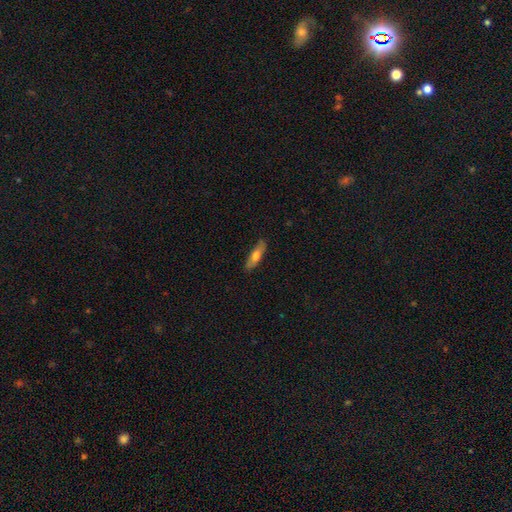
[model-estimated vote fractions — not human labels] smooth-or-featured: smooth: 64% | featured or disk: 30% | star or artifact: 6%
  how-rounded: cigar-shaped: 56% | in between: 42% | round: 2%
  merging: none: 84% | minor disturbance: 12% | major disturbance: 2% | merger: 1%